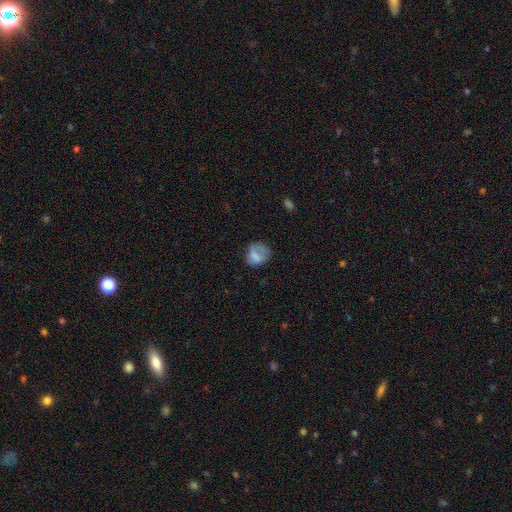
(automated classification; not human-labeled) A smooth galaxy with no disk features (70%) that is round (55%).

Vote fractions:
- Smooth or featured? smooth: 70% / featured or disk: 20% / star or artifact: 10%
- How rounded? round: 55% / in between: 43% / cigar-shaped: 1%
- Merging? none: 46% / minor disturbance: 28% / major disturbance: 23% / merger: 3%